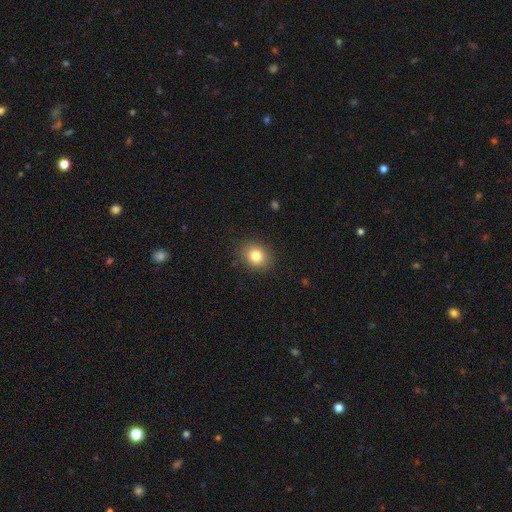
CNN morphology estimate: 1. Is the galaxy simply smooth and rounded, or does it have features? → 82% smooth, 10% star or artifact, 8% featured or disk.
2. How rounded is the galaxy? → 54% round, 45% in between, 1% cigar-shaped.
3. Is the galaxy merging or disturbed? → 87% none, 9% minor disturbance, 3% major disturbance, 1% merger.